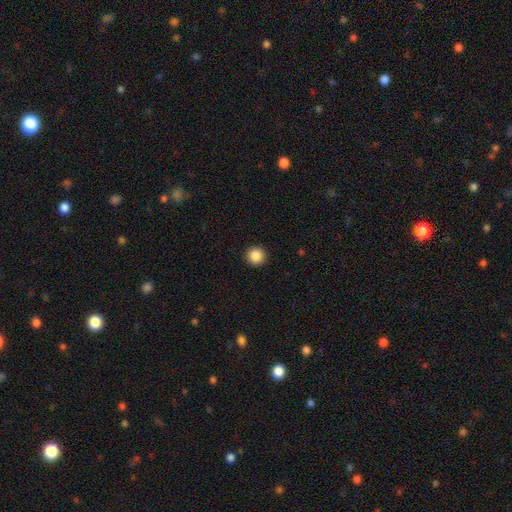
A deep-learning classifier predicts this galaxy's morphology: Smooth or featured? smooth (87%)
How rounded? round (95%)
Merging? none (93%)